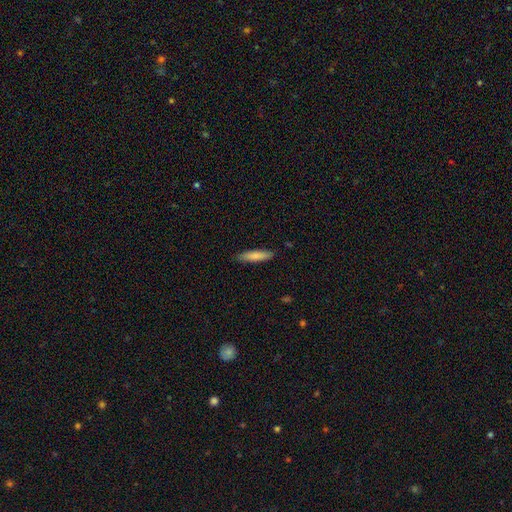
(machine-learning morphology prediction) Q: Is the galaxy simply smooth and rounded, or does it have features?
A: smooth — 82%.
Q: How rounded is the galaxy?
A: cigar-shaped — 82%.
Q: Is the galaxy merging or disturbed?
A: none — 88%.